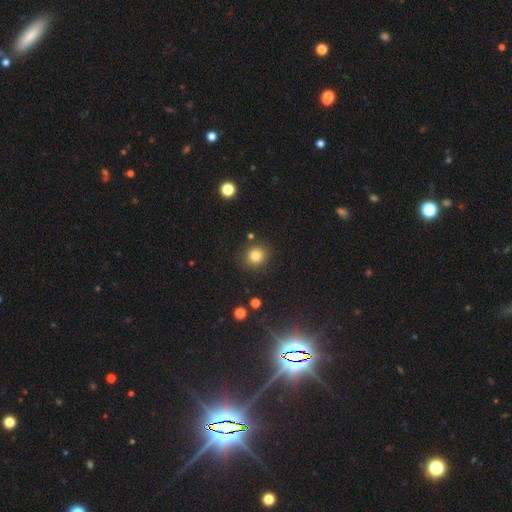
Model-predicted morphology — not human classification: Smooth or featured? Predicted: smooth (p=0.82). How rounded? Predicted: round (p=0.81). Merging? Predicted: none (p=0.83).